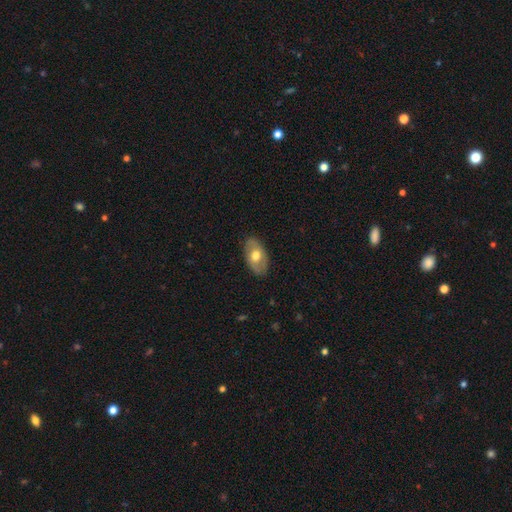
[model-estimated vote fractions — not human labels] Morphology: type=smooth (53%); roundness=in between (90%); merging=none (83%).